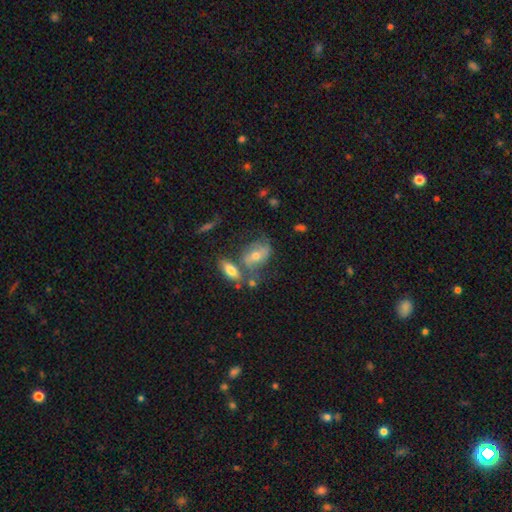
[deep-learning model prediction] This is possibly a smooth galaxy (47%). Merging: marginally none (40%).